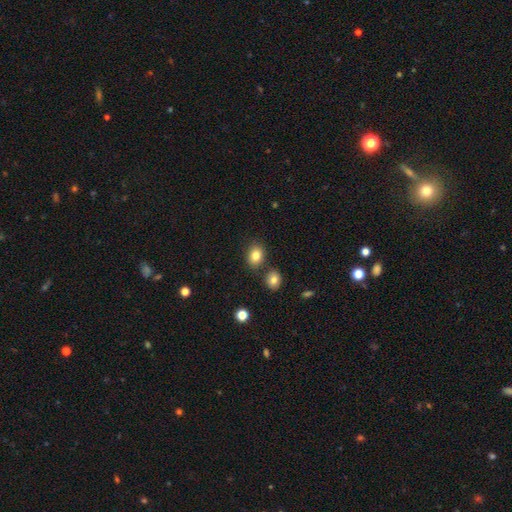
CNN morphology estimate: Overall: smooth (82%). How rounded: in between (55%; round 44%). Merging: none (76%).